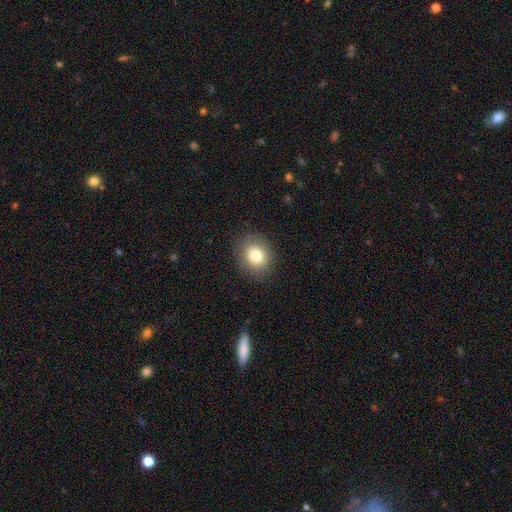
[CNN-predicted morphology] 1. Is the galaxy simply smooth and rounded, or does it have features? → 82% smooth, 10% star or artifact, 8% featured or disk.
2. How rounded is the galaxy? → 65% round, 34% in between, 1% cigar-shaped.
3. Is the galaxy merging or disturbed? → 88% none, 9% minor disturbance, 3% major disturbance, 1% merger.